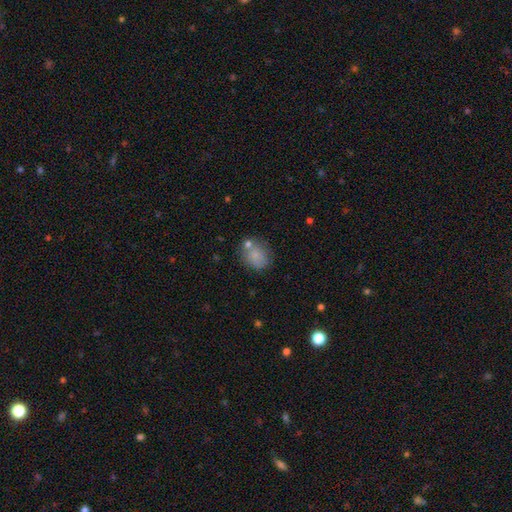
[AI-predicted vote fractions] Smooth or featured: smooth — 80% (featured or disk — 10%)
How rounded: round — 60% (in between — 39%)
Merging: none — 61% (minor disturbance — 17%)